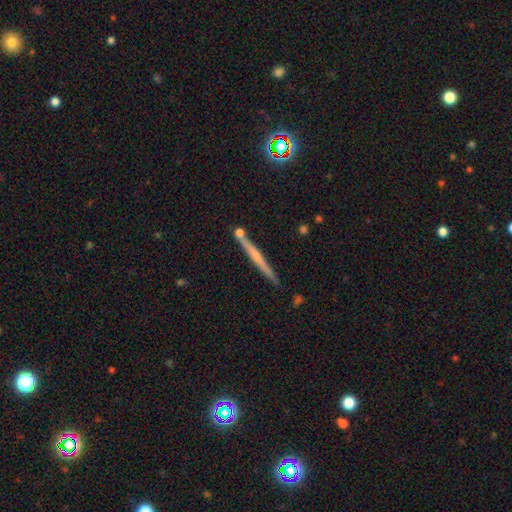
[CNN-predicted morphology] Smooth or featured: featured or disk — 52% (smooth — 40%)
Edge-on disk: yes — 97% (no — 3%)
Edge-on bulge: none — 68% (rounded — 24%)
Merging: none — 83% (minor disturbance — 9%)